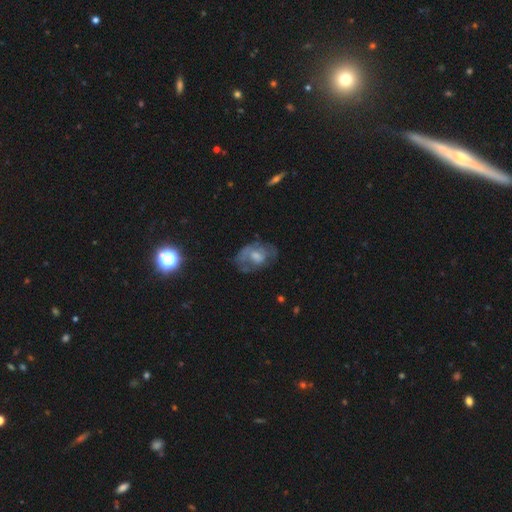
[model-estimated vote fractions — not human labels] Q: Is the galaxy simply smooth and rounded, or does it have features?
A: featured or disk — 52%.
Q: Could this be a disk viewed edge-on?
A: no — 95%.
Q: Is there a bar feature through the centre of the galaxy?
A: no — 66%.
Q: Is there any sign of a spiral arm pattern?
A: no — 58%.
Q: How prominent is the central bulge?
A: moderate — 45%.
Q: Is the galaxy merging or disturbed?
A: none — 48%.